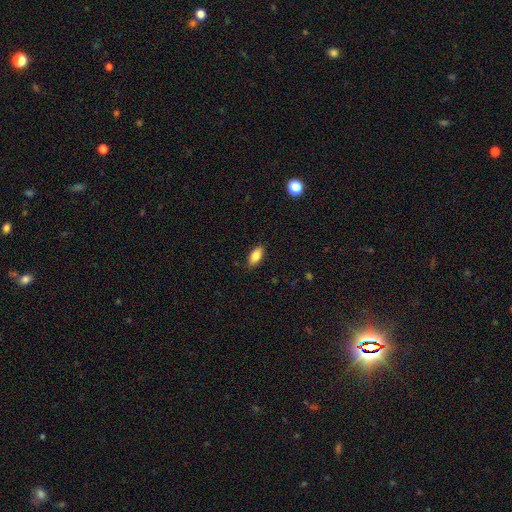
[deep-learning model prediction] A smooth galaxy with no disk features (84%) that is in between round and cigar-shaped (89%).

Vote fractions:
- Smooth or featured? smooth: 84% / featured or disk: 8% / star or artifact: 8%
- How rounded? in between: 89% / cigar-shaped: 8% / round: 3%
- Merging? none: 87% / minor disturbance: 10% / major disturbance: 2% / merger: 1%